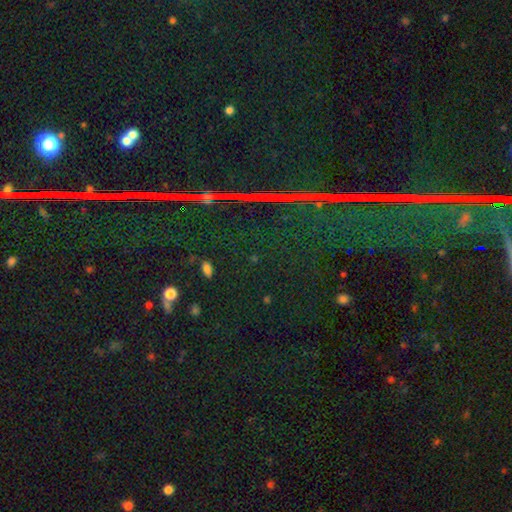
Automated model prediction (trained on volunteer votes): Smooth or featured: star or artifact — 85% (featured or disk — 8%)